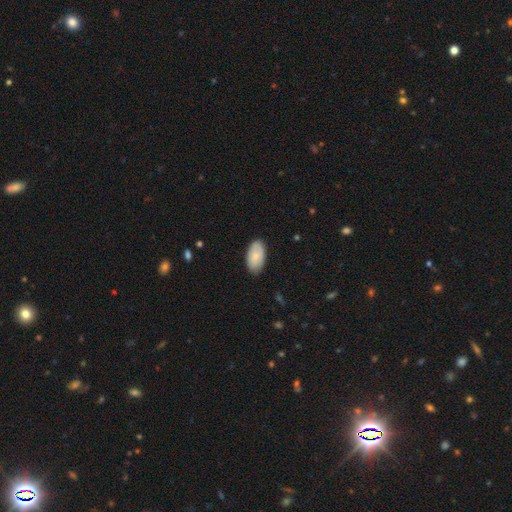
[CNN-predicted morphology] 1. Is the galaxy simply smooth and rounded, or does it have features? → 77% smooth, 17% featured or disk, 6% star or artifact.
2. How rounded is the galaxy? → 95% in between, 3% round, 2% cigar-shaped.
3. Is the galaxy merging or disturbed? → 83% none, 14% minor disturbance, 2% major disturbance, 1% merger.